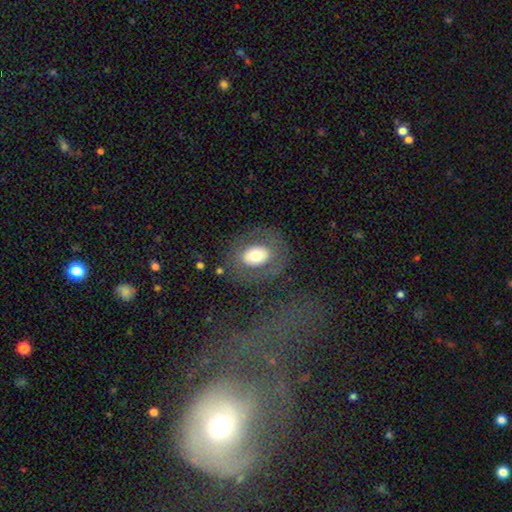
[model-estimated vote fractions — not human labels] The model was most divided on "smooth or featured": smooth: 55%, featured or disk: 36%, star or artifact: 9%. More confident: merging — none (74%); how rounded — in between (65%).